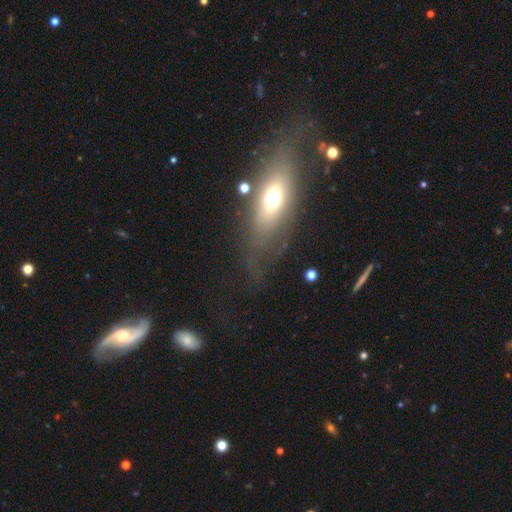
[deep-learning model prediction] A featured or disk galaxy (54%). Merging: none (68%).